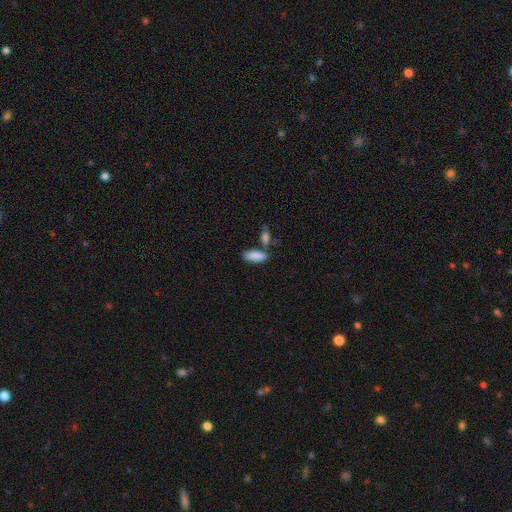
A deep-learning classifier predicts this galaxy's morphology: Smooth or featured: smooth — 87% (featured or disk — 7%)
How rounded: in between — 70% (cigar-shaped — 28%)
Merging: none — 62% (merger — 22%)